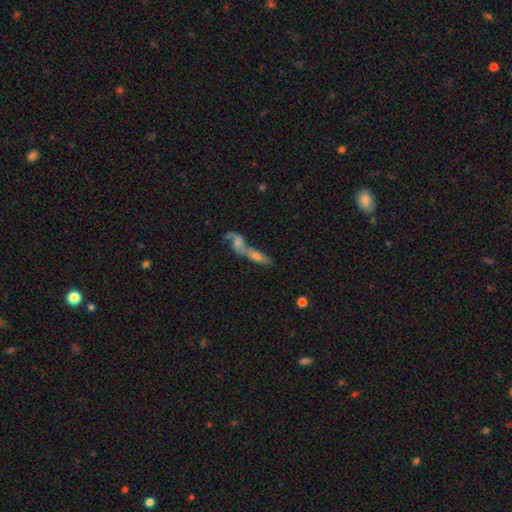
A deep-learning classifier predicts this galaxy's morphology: A featured or disk galaxy (49%).

Vote fractions:
- Smooth or featured? featured or disk: 49% / smooth: 39% / star or artifact: 12%
- Merging? merger: 69% / none: 19% / minor disturbance: 6% / major disturbance: 6%